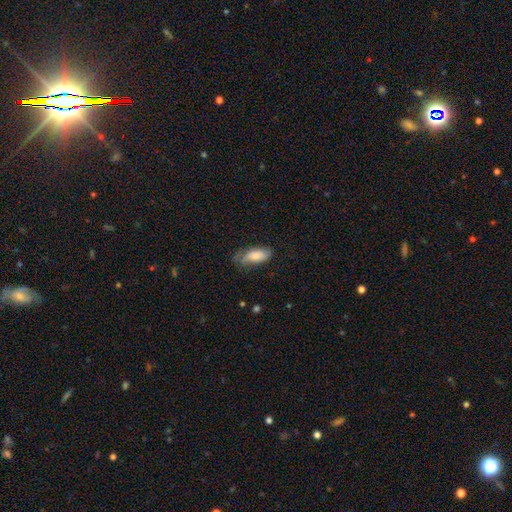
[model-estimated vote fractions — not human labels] A smooth galaxy with no disk features (70%) that is in between round and cigar-shaped (83%). Merging: none (54%).